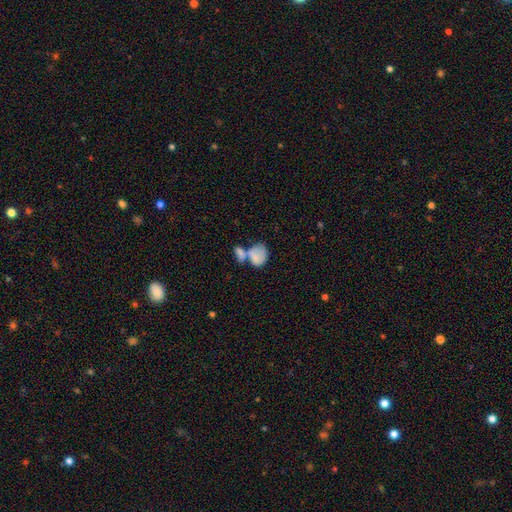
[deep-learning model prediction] This appears to be a smooth galaxy with no disk features (74%) that is in between round and cigar-shaped (70%). Merging: merger (59%).